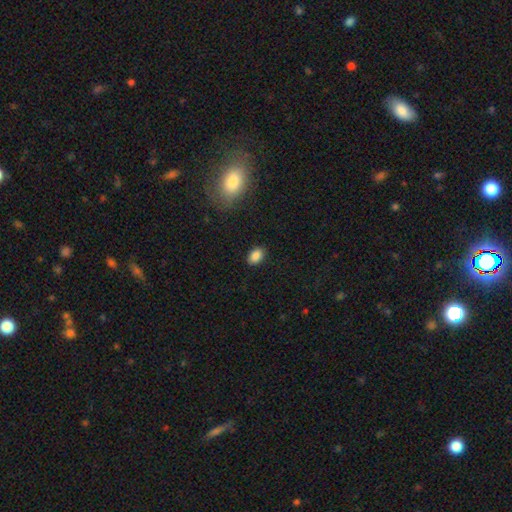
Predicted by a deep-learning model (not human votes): Smooth or featured?
  - smooth: 87% *
  - star or artifact: 9%
  - featured or disk: 4%
How rounded?
  - in between: 83% *
  - round: 16%
  - cigar-shaped: 1%
Merging?
  - none: 87% *
  - minor disturbance: 9%
  - major disturbance: 2%
  - merger: 1%